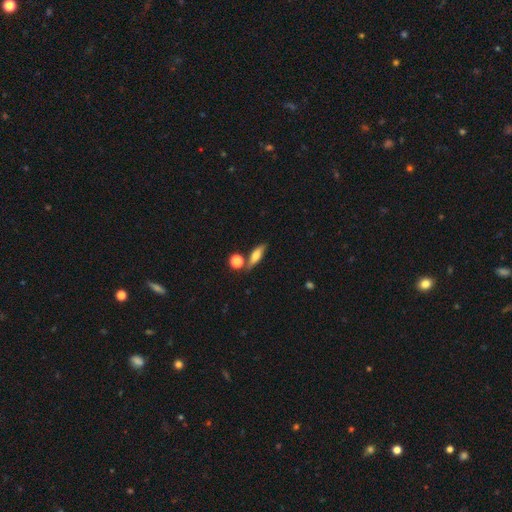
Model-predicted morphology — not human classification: The model was most divided on "how rounded": cigar-shaped: 47%, in between: 46%, round: 7%. More confident: merging — none (70%); smooth or featured — smooth (61%).